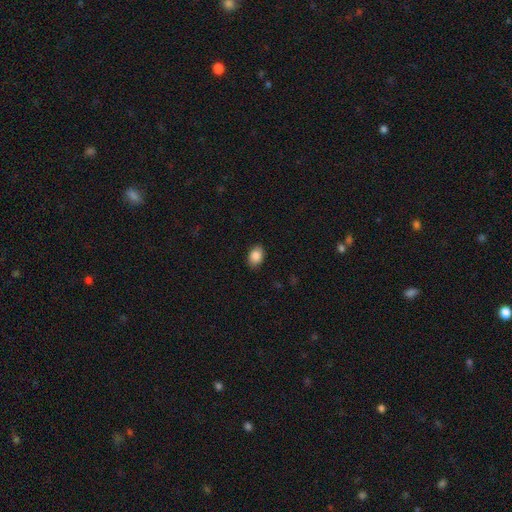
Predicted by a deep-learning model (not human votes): A smooth galaxy with no disk features (87%) that is in between round and cigar-shaped (82%). Merging: none (88%).